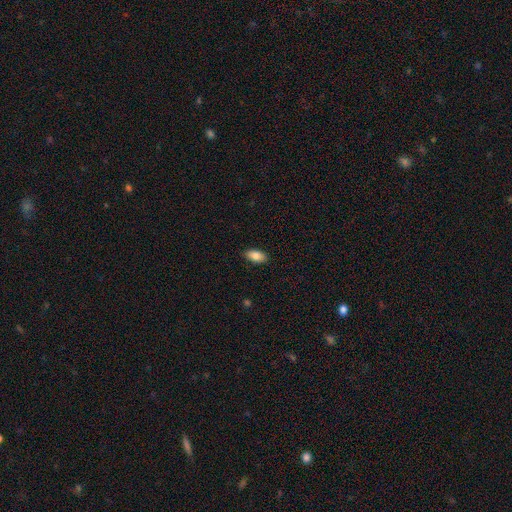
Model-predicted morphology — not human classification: smooth 86%, featured or disk 7%, star or artifact 7%. Down the decision tree: how rounded — in between (92%); merging — none (88%).